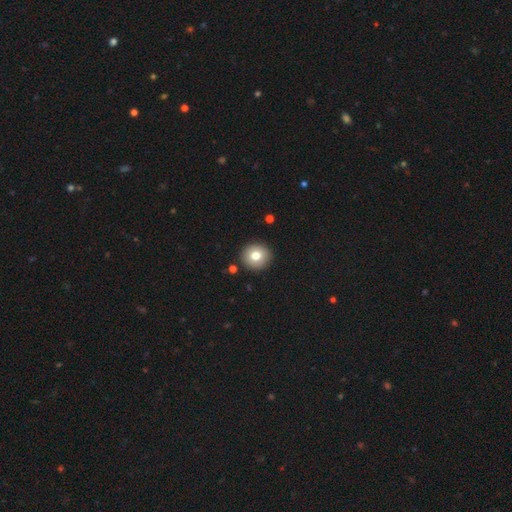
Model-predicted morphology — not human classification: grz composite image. It shows a smooth galaxy with no disk features (76%) that is round (91%). Merging: none (90%).